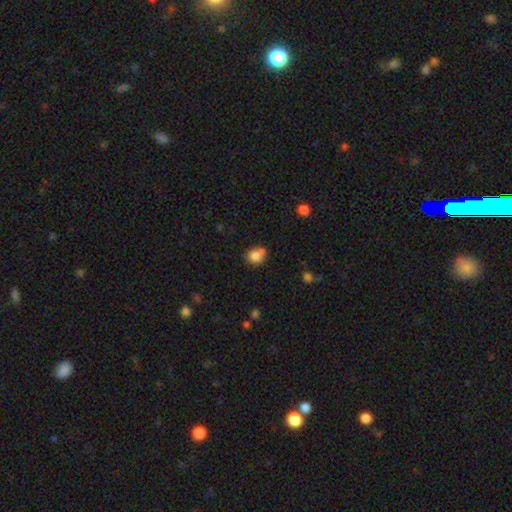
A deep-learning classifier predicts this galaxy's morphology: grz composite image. It shows a smooth galaxy with no disk features (80%) that is round (74%). Merging: none (53%).